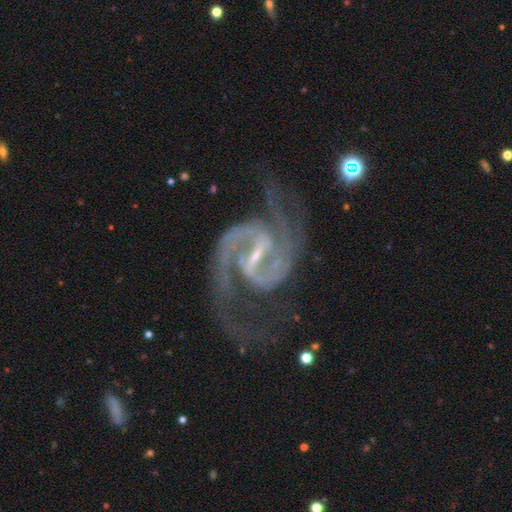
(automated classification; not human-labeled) This is clearly a featured or disk galaxy (94%). It is clearly not viewed edge-on (98%). Bar: possibly strong (54%). Spiral arm pattern: clearly yes (99%). Spiral arm count: clearly 2 (92%). Spiral winding: likely medium (63%). Central bulge: likely small (72%). Merging: likely none (67%).